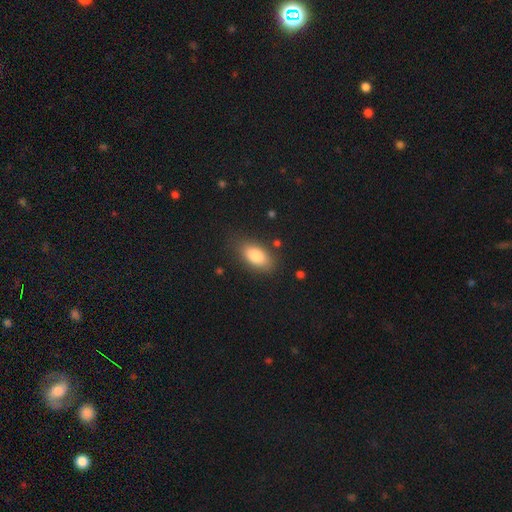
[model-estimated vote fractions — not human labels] Q: Smooth or featured?
A: smooth (83%); runner-up: featured or disk (10%)
Q: How rounded?
A: in between (90%); runner-up: cigar-shaped (6%)
Q: Merging?
A: none (79%); runner-up: minor disturbance (15%)